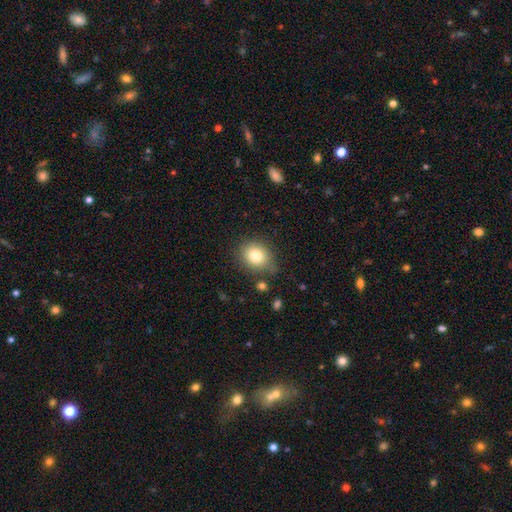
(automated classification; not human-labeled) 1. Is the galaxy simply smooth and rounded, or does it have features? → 80% smooth, 10% star or artifact, 10% featured or disk.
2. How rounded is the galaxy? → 60% round, 39% in between, 1% cigar-shaped.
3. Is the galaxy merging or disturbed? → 76% none, 17% minor disturbance, 4% major disturbance, 3% merger.